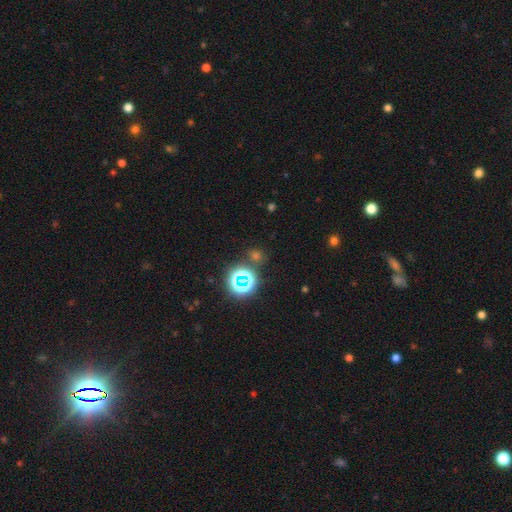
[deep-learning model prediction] smooth_or_featured: star or artifact (p=0.53) [alt: smooth p=0.40]